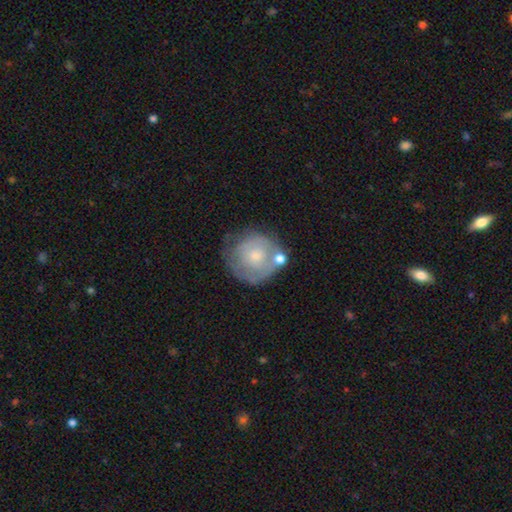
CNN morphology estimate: A featured or disk galaxy (48%).

Vote fractions:
- Smooth or featured? featured or disk: 48% / smooth: 46% / star or artifact: 7%
- Merging? none: 53% / minor disturbance: 23% / merger: 13% / major disturbance: 10%